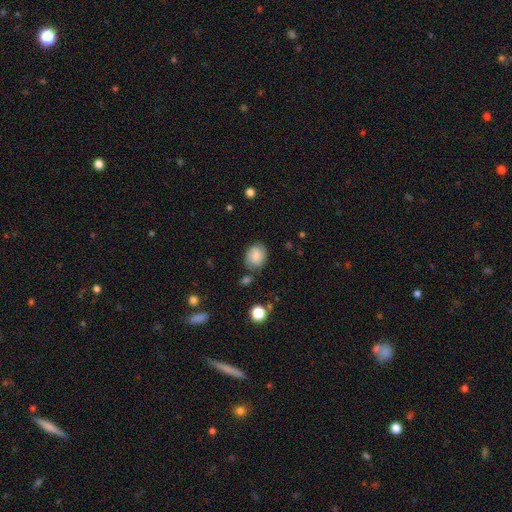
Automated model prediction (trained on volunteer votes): Smooth or featured?
  - smooth: 79% *
  - featured or disk: 13%
  - star or artifact: 8%
How rounded?
  - round: 50% *
  - in between: 49%
  - cigar-shaped: 1%
Merging?
  - none: 71% *
  - minor disturbance: 18%
  - merger: 5%
  - major disturbance: 5%